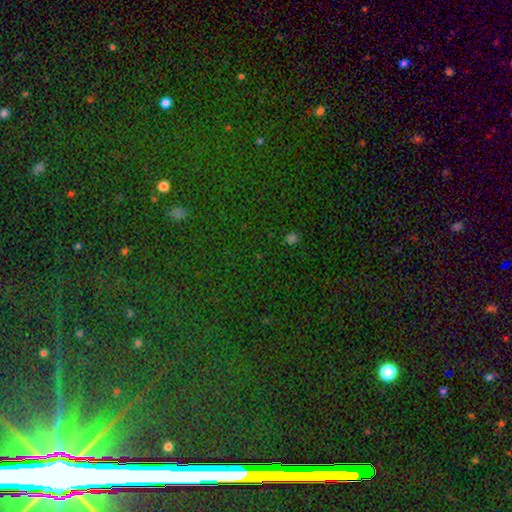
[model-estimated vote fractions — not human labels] Smooth or featured?
  - star or artifact: 77% *
  - smooth: 12%
  - featured or disk: 10%